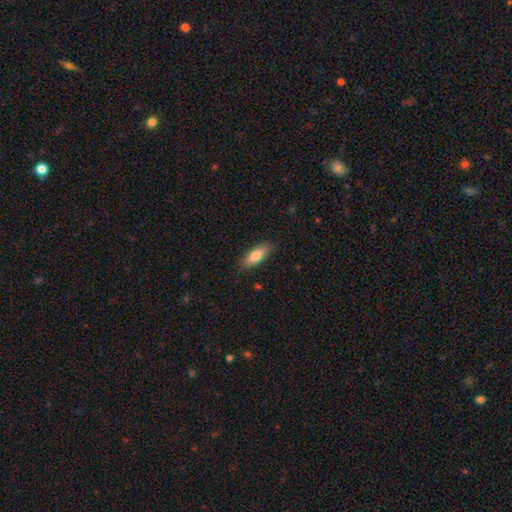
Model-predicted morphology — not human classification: smooth 80%, featured or disk 14%, star or artifact 6%. Down the decision tree: how rounded — in between (70%); merging — none (84%).